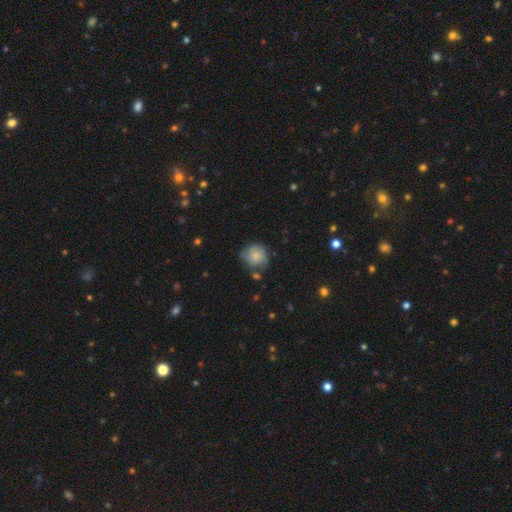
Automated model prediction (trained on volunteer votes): The model was most divided on "merging": none: 61%, minor disturbance: 26%, major disturbance: 8%, merger: 5%. More confident: how rounded — round (84%); smooth or featured — smooth (70%).